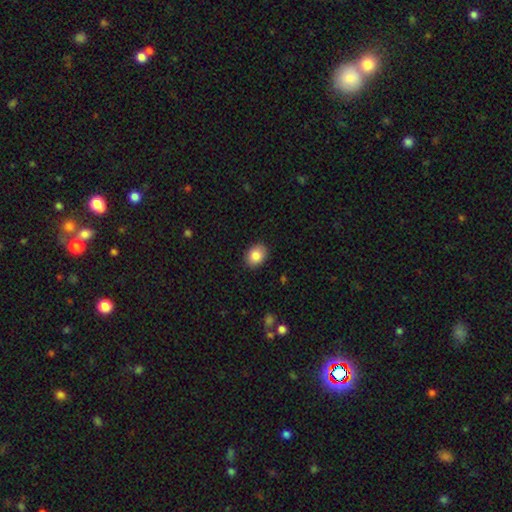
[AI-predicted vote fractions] smooth-or-featured: smooth: 85% | star or artifact: 8% | featured or disk: 7%
  how-rounded: in between: 58% | round: 41% | cigar-shaped: 1%
  merging: none: 89% | minor disturbance: 8% | major disturbance: 2% | merger: 1%